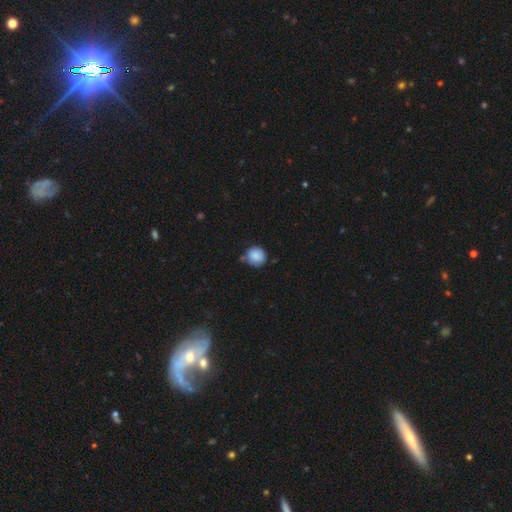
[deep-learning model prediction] Smooth or featured: smooth — 88% (star or artifact — 8%)
How rounded: round — 88% (in between — 11%)
Merging: none — 67% (minor disturbance — 22%)